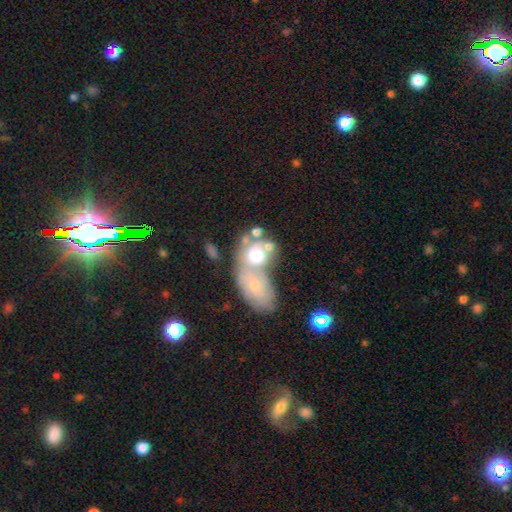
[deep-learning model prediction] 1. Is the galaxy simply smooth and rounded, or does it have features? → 49% smooth, 41% featured or disk, 10% star or artifact.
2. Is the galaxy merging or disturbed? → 63% merger, 18% none, 10% minor disturbance, 9% major disturbance.